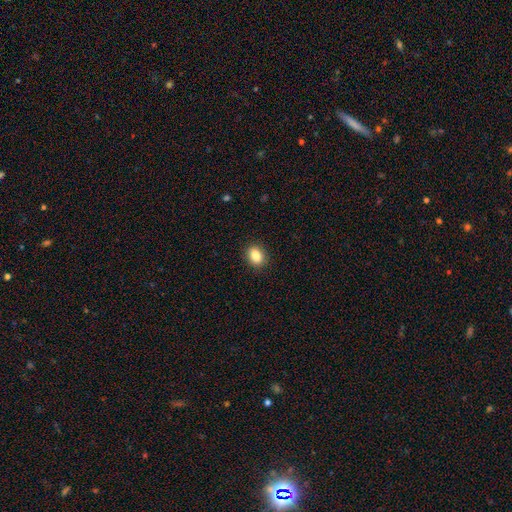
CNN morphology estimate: Smooth or featured?
  - smooth: 86% *
  - star or artifact: 9%
  - featured or disk: 5%
How rounded?
  - in between: 69% *
  - round: 29%
  - cigar-shaped: 1%
Merging?
  - none: 89% *
  - minor disturbance: 8%
  - major disturbance: 2%
  - merger: 1%